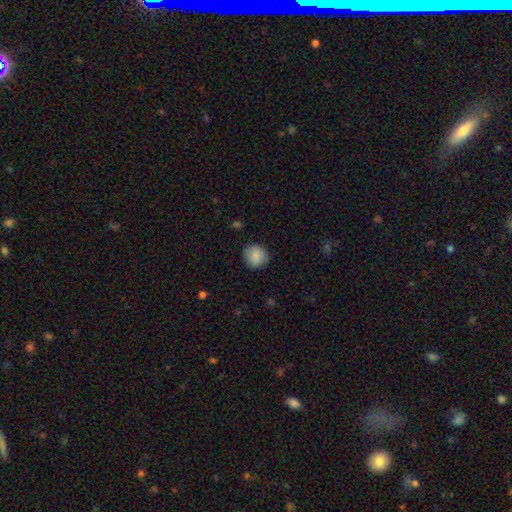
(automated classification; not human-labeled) Morphology: type=smooth (86%); roundness=round (90%); merging=none (88%).